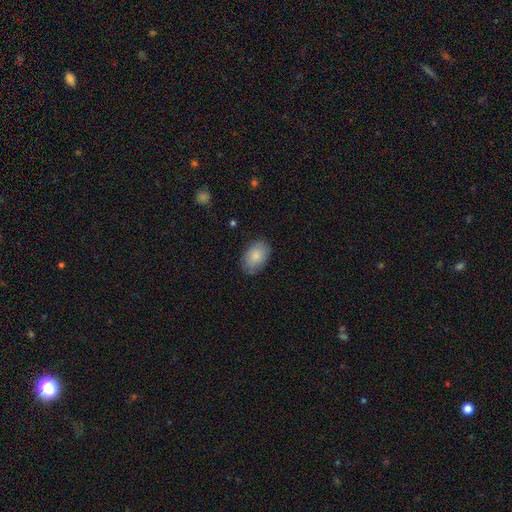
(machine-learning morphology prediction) Smooth or featured?
  - smooth: 85% *
  - featured or disk: 9%
  - star or artifact: 6%
How rounded?
  - in between: 89% *
  - round: 10%
  - cigar-shaped: 1%
Merging?
  - none: 83% *
  - minor disturbance: 13%
  - major disturbance: 3%
  - merger: 1%